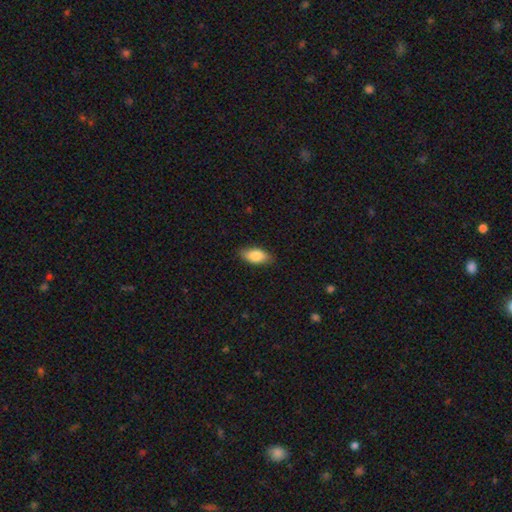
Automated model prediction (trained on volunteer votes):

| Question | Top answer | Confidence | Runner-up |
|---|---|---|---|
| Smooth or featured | smooth | 84% | featured or disk (9%) |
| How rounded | in between | 90% | cigar-shaped (6%) |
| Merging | none | 84% | minor disturbance (12%) |